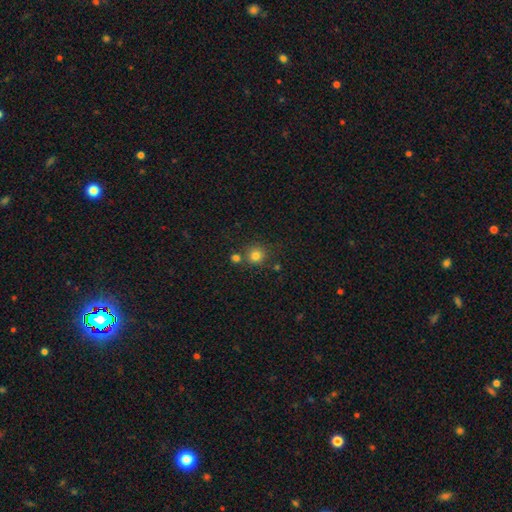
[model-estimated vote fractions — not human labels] Overall: smooth (79%). How rounded: round (91%). Merging: none (72%).